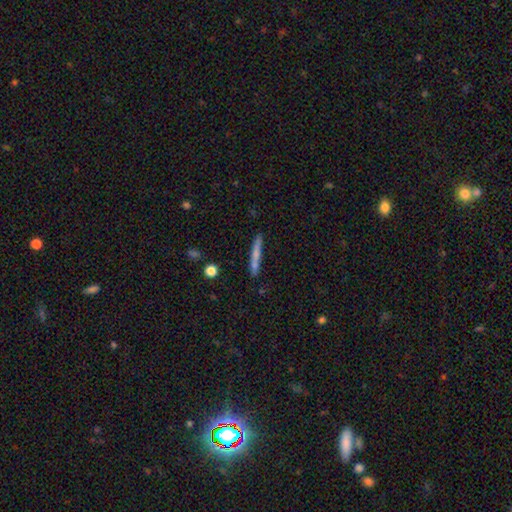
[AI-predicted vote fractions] The model was most divided on "smooth or featured": smooth: 62%, featured or disk: 31%, star or artifact: 7%. More confident: how rounded — cigar-shaped (95%); merging — none (82%).